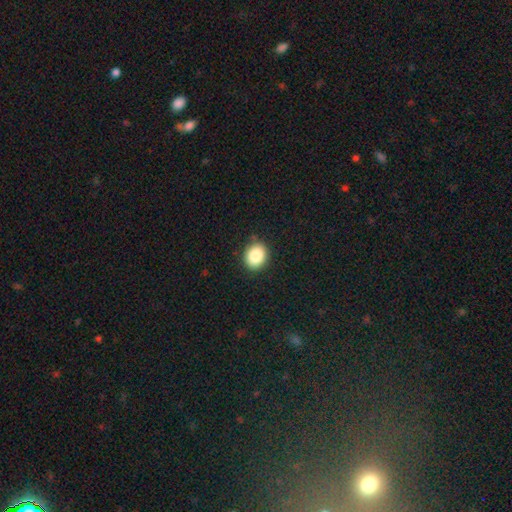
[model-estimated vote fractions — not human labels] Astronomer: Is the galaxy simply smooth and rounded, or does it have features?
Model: smooth — 86%.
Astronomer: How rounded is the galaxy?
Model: round — 58% (runner-up: in between, 41%).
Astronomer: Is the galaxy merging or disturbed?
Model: none — 87%.